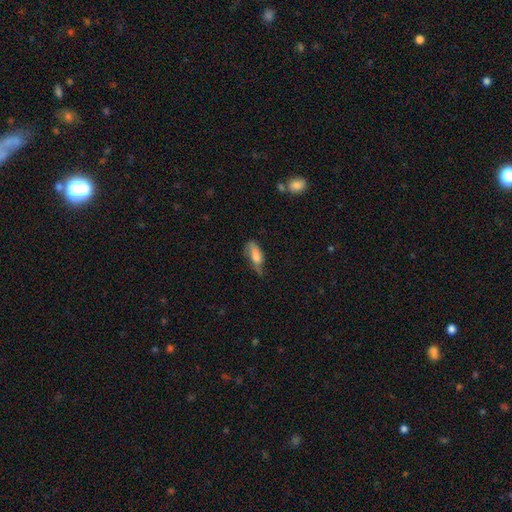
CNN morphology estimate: smooth_or_featured: smooth (p=0.59) [alt: featured or disk p=0.33]
how_rounded: in between (p=0.76) [alt: cigar-shaped p=0.20]
merging: none (p=0.40) [alt: minor disturbance p=0.35]